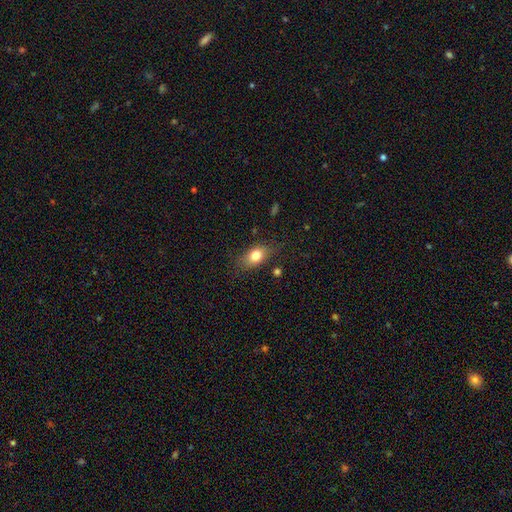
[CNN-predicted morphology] Smooth or featured: smooth — 79% (featured or disk — 12%)
How rounded: in between — 79% (round — 17%)
Merging: none — 76% (minor disturbance — 17%)